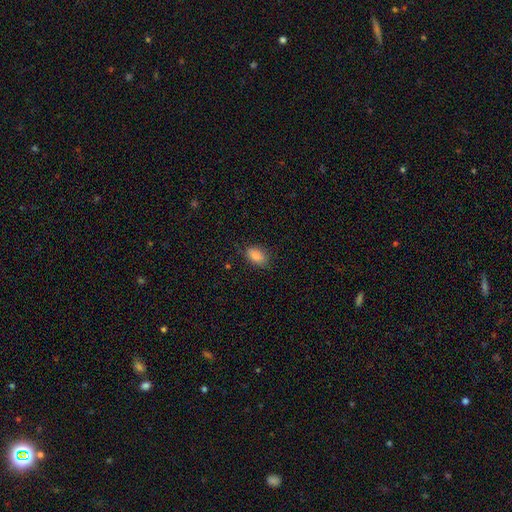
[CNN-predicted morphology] Smooth or featured? Predicted: smooth (p=0.86). How rounded? Predicted: in between (p=0.87). Merging? Predicted: none (p=0.81).